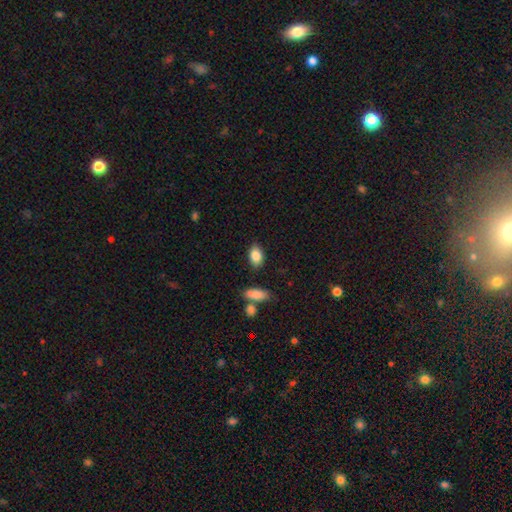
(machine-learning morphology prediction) smooth-or-featured: smooth: 85% | star or artifact: 7% | featured or disk: 7%
  how-rounded: in between: 86% | round: 11% | cigar-shaped: 2%
  merging: none: 82% | minor disturbance: 11% | merger: 4% | major disturbance: 3%